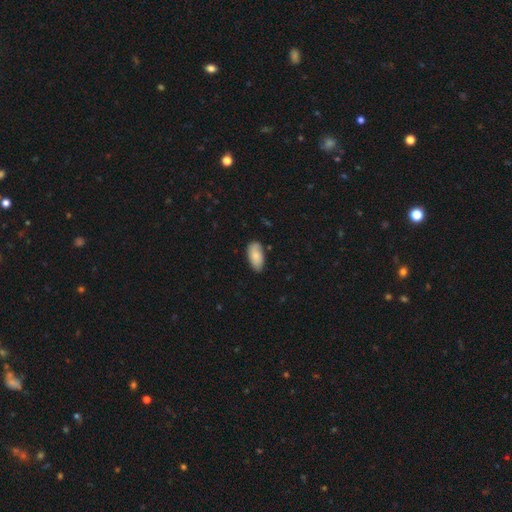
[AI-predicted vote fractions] smooth 82%, featured or disk 11%, star or artifact 6%. Down the decision tree: how rounded — in between (93%); merging — none (79%).